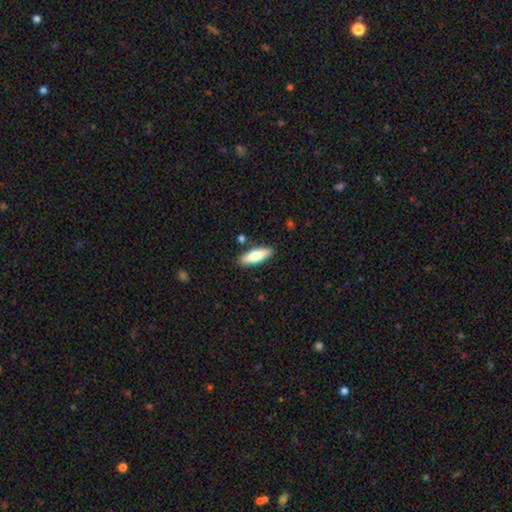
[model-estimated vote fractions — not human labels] Smooth or featured: smooth — 70% (featured or disk — 25%)
How rounded: in between — 56% (cigar-shaped — 42%)
Merging: none — 86% (minor disturbance — 9%)